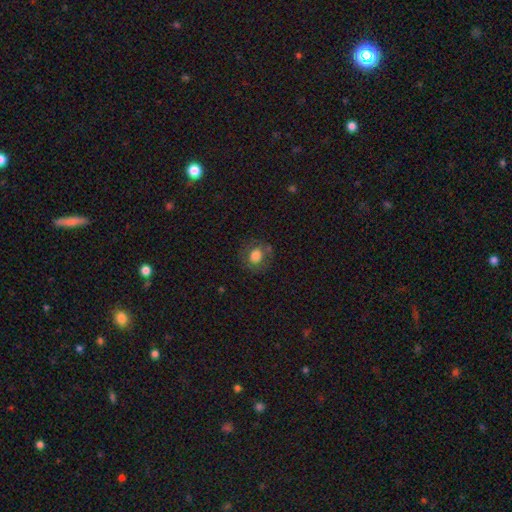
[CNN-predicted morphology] Smooth or featured: smooth — 73% (featured or disk — 16%)
How rounded: round — 76% (in between — 23%)
Merging: none — 75% (minor disturbance — 15%)